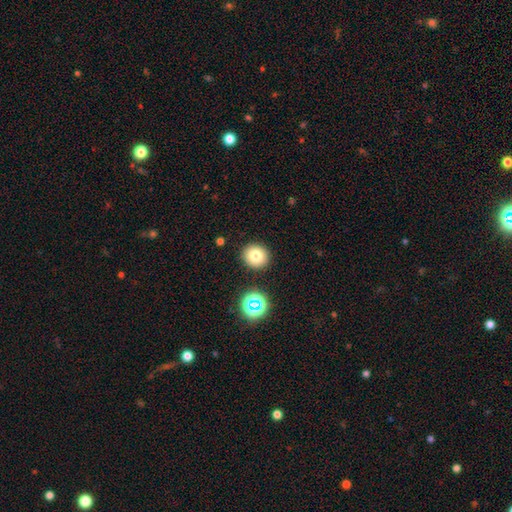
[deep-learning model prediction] Q: Smooth or featured?
A: smooth (77%); runner-up: star or artifact (14%)
Q: How rounded?
A: round (87%); runner-up: in between (12%)
Q: Merging?
A: none (89%); runner-up: minor disturbance (6%)